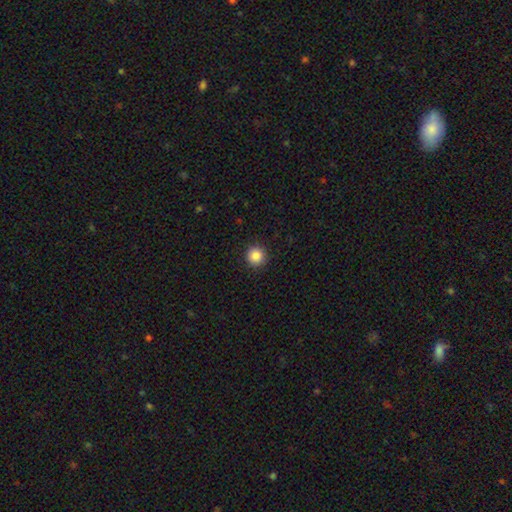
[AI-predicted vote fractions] The model was most divided on "smooth or featured": smooth: 87%, star or artifact: 10%, featured or disk: 3%. More confident: how rounded — round (95%); merging — none (92%).